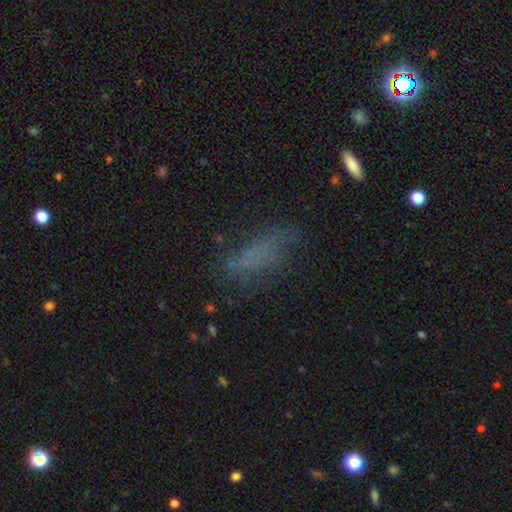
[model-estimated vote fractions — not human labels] This is possibly a smooth galaxy (58%). How rounded: possibly in between (58%). Merging: possibly none (56%).